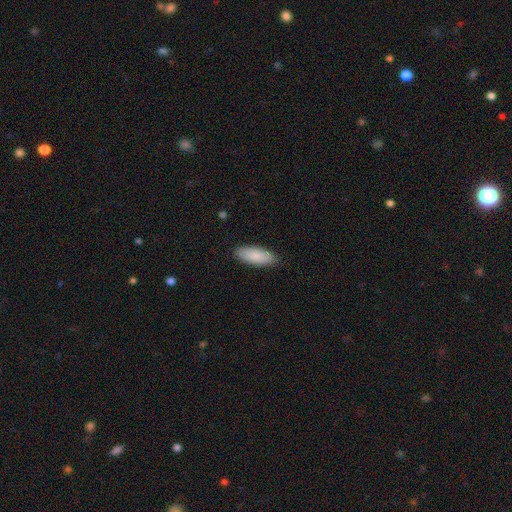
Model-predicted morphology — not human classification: Smooth or featured?
  - smooth: 88% *
  - featured or disk: 7%
  - star or artifact: 6%
How rounded?
  - in between: 82% *
  - cigar-shaped: 17%
  - round: 2%
Merging?
  - none: 87% *
  - minor disturbance: 11%
  - major disturbance: 2%
  - merger: 1%